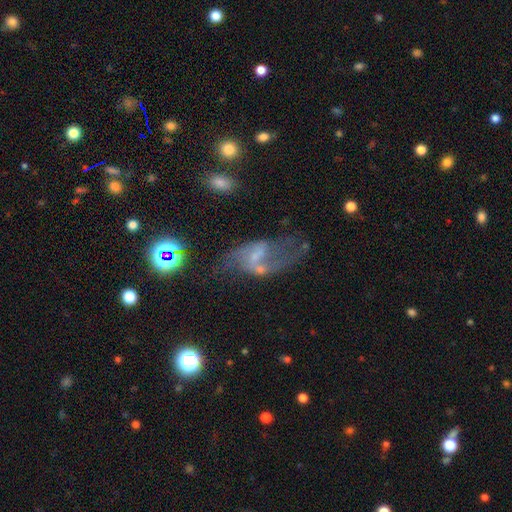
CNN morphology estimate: A featured or disk galaxy (74%) with a weak bar (49%), 2 (82%) loose (68%) spiral arms (83%) and a small central bulge (46%).

Vote fractions:
- Smooth or featured? featured or disk: 74% / smooth: 14% / star or artifact: 12%
- Edge-on disk? no: 96% / yes: 4%
- Bar? weak: 49% / no: 30% / strong: 21%
- Spiral arms? yes: 83% / no: 17%
- Spiral winding? loose: 68% / medium: 26% / tight: 6%
- Spiral arm count? 2: 82% / 1: 8% / can't tell: 7% / 3: 1% / 4: 1% / more than 4: 1%
- Bulge size? small: 46% / none: 32% / moderate: 18% / large: 3% / dominant: 1%
- Merging? none: 43% / major disturbance: 27% / minor disturbance: 19% / merger: 11%